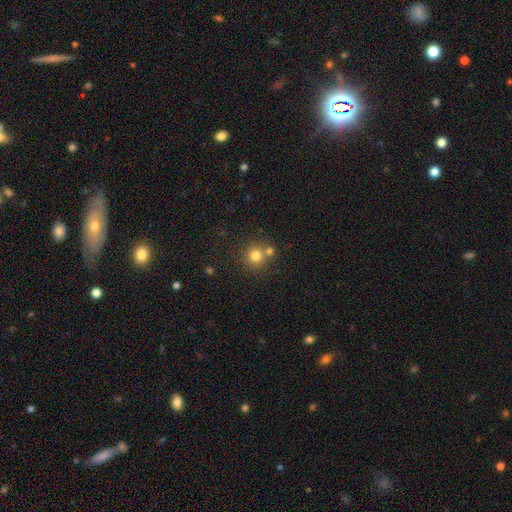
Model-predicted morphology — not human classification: Q: Smooth or featured?
A: smooth (78%); runner-up: star or artifact (13%)
Q: How rounded?
A: round (91%); runner-up: in between (8%)
Q: Merging?
A: none (62%); runner-up: merger (28%)